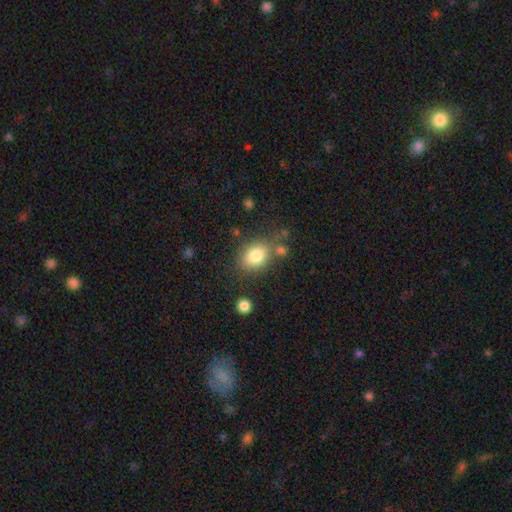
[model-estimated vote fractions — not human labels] Smooth or featured? Predicted: smooth (p=0.82). How rounded? Predicted: in between (p=0.64). Merging? Predicted: none (p=0.70).